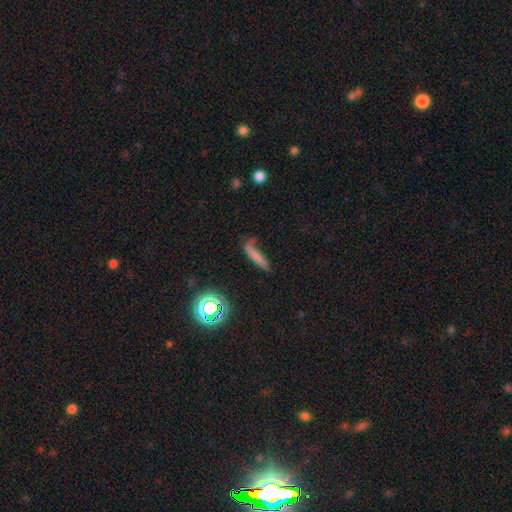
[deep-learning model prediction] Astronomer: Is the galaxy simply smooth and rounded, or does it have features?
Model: smooth — 65%.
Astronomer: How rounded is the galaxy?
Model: cigar-shaped — 81%.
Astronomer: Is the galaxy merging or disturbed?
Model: none — 50% (runner-up: minor disturbance, 25%).